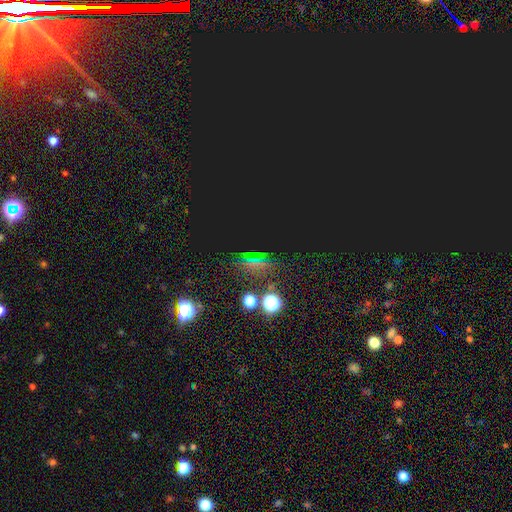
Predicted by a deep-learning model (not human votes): Morphology: type=star or artifact (64%).